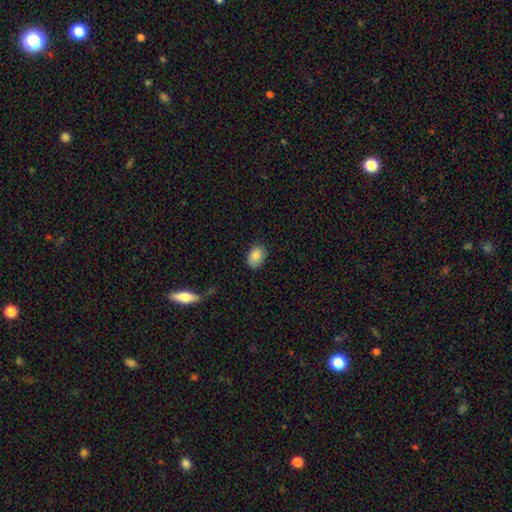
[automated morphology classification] Smooth or featured?
  - smooth: 87% *
  - star or artifact: 8%
  - featured or disk: 5%
How rounded?
  - in between: 77% *
  - round: 21%
  - cigar-shaped: 1%
Merging?
  - none: 76% *
  - minor disturbance: 19%
  - major disturbance: 4%
  - merger: 2%